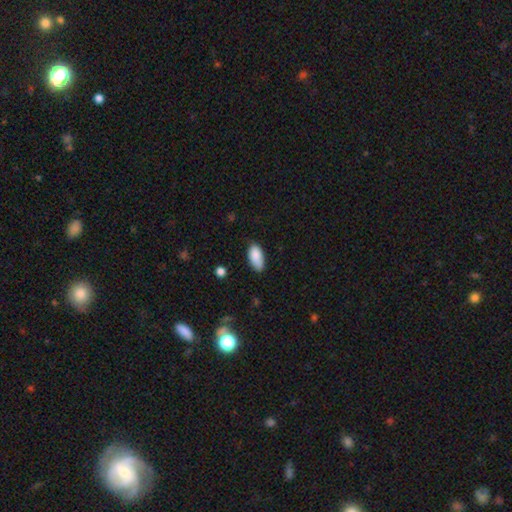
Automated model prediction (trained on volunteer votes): Q: Smooth or featured?
A: smooth (87%); runner-up: star or artifact (7%)
Q: How rounded?
A: in between (91%); runner-up: cigar-shaped (6%)
Q: Merging?
A: none (70%); runner-up: minor disturbance (24%)